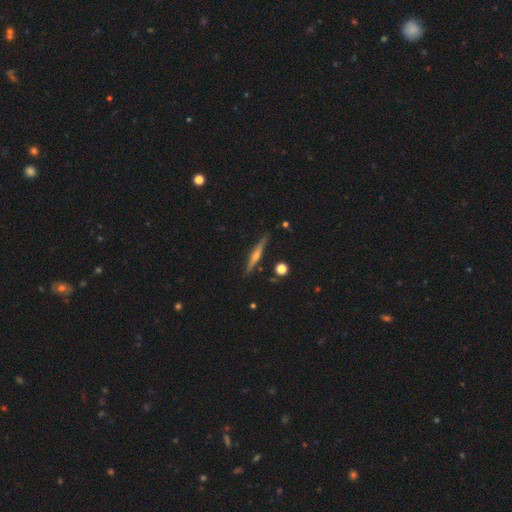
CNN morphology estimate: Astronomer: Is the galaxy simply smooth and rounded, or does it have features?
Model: featured or disk — 68%.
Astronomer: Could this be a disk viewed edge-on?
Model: yes — 98%.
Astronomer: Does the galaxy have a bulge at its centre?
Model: rounded — 74%.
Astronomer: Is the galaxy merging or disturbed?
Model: none — 88%.